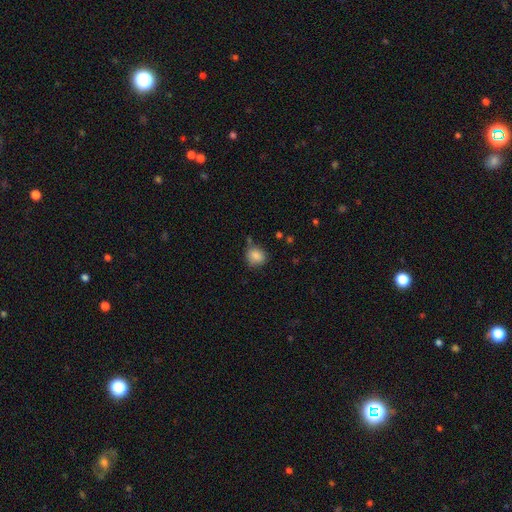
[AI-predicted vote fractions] Smooth or featured? smooth (85%)
How rounded? round (73%)
Merging? none (69%)